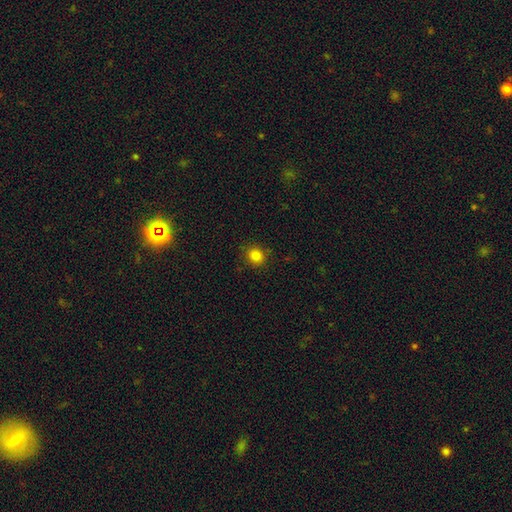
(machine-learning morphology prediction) The model was most divided on "how rounded": round: 83%, in between: 16%, cigar-shaped: 1%. More confident: merging — none (88%); smooth or featured — smooth (83%).